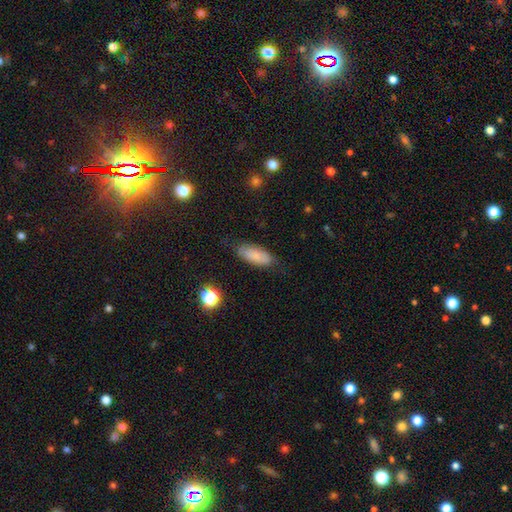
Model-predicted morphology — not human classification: Smooth or featured: smooth — 78% (featured or disk — 15%)
How rounded: in between — 81% (cigar-shaped — 17%)
Merging: none — 78% (minor disturbance — 17%)